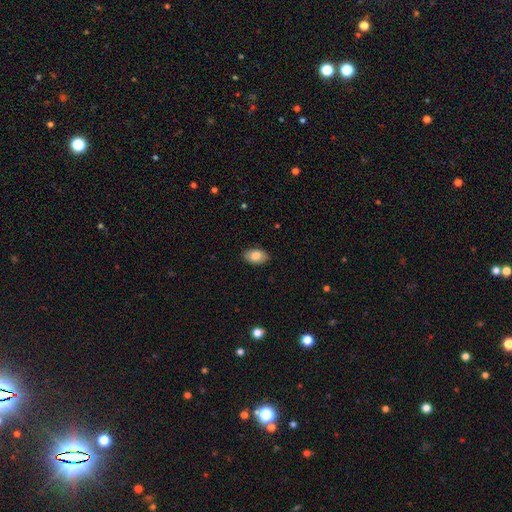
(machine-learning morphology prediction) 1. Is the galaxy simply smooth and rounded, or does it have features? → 81% smooth, 12% featured or disk, 7% star or artifact.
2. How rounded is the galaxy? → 91% in between, 8% round, 1% cigar-shaped.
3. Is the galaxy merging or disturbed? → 88% none, 9% minor disturbance, 2% major disturbance, 1% merger.